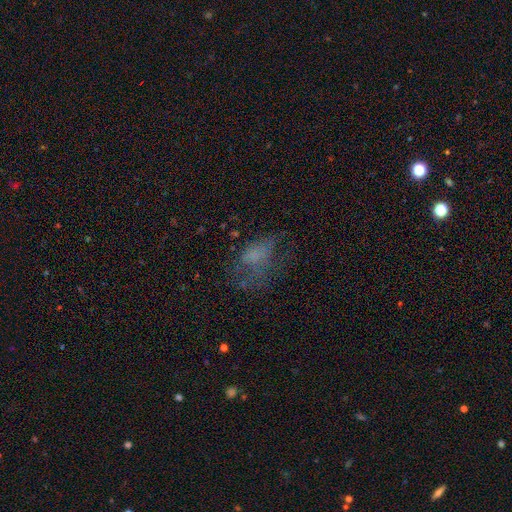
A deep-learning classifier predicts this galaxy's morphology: type=smooth (51%); roundness=in between (80%); merging=none (38%, tied with major disturbance).